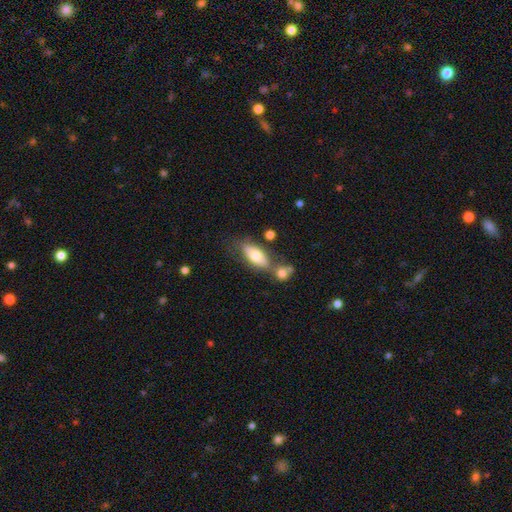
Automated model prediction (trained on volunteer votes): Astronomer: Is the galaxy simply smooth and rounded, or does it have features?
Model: smooth — 70%.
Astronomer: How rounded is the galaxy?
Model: in between — 85%.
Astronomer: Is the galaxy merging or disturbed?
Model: none — 49% (runner-up: merger, 29%).